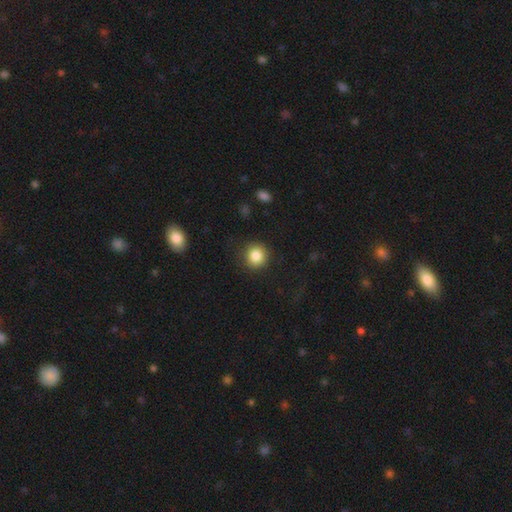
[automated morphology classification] type=smooth (85%); roundness=round (91%); merging=none (88%).